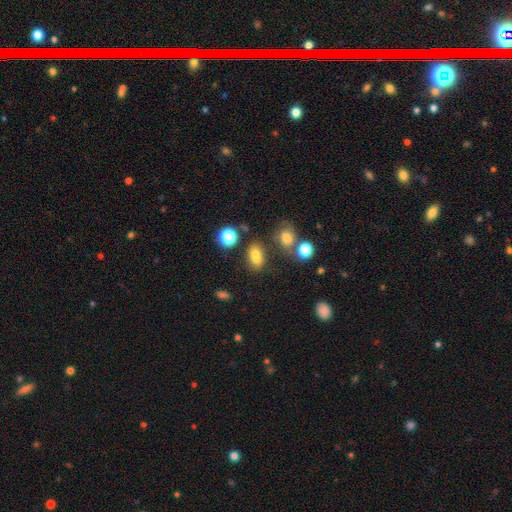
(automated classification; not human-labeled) Smooth or featured? Predicted: smooth (p=0.70). How rounded? Predicted: in between (p=0.67). Merging? Predicted: none (p=0.49).